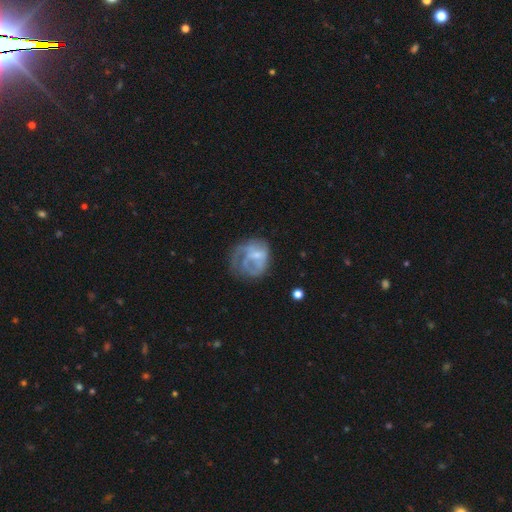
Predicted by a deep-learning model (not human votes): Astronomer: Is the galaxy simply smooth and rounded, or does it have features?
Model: featured or disk — 56% (runner-up: smooth, 36%).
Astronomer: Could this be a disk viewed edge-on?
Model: no — 98%.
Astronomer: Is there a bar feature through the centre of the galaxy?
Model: no — 60%.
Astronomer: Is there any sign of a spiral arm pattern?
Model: yes — 52% (runner-up: no, 48%).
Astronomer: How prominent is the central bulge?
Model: small — 41% (runner-up: none, 28%).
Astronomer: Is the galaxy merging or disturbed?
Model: major disturbance — 39% (runner-up: none, 35%).